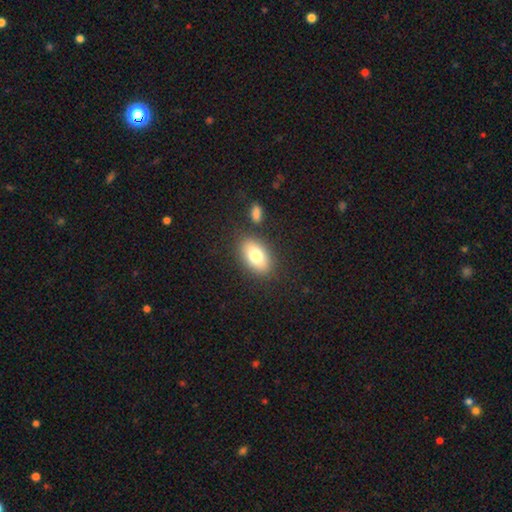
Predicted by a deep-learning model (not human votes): smooth_or_featured: smooth (p=0.77) [alt: featured or disk p=0.15]
how_rounded: in between (p=0.89) [alt: round p=0.09]
merging: none (p=0.81) [alt: minor disturbance p=0.10]